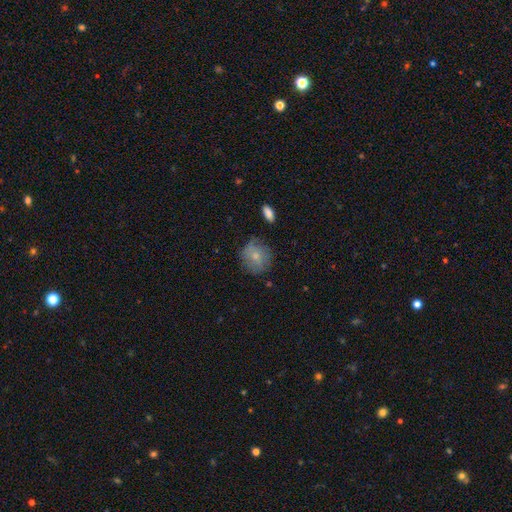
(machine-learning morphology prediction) A smooth galaxy with no disk features (55%) that is round (83%).

Vote fractions:
- Smooth or featured? smooth: 55% / featured or disk: 32% / star or artifact: 13%
- How rounded? round: 83% / in between: 15% / cigar-shaped: 1%
- Merging? none: 77% / minor disturbance: 16% / major disturbance: 5% / merger: 2%